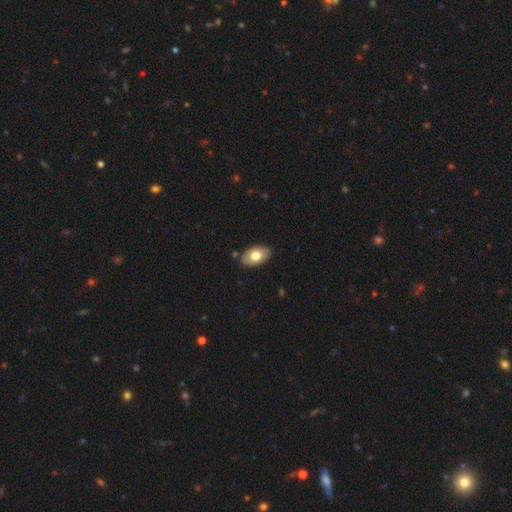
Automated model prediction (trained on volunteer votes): Smooth or featured: smooth — 73% (featured or disk — 21%)
How rounded: in between — 91% (round — 8%)
Merging: none — 84% (minor disturbance — 12%)